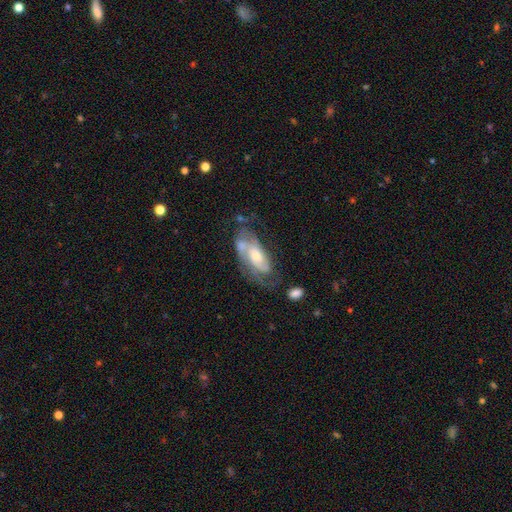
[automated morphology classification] A featured or disk galaxy (76%) with no bar (63%), 2 (53%) tight (51%) spiral arms (88%) and a moderate central bulge (49%). Merging: none (53%).